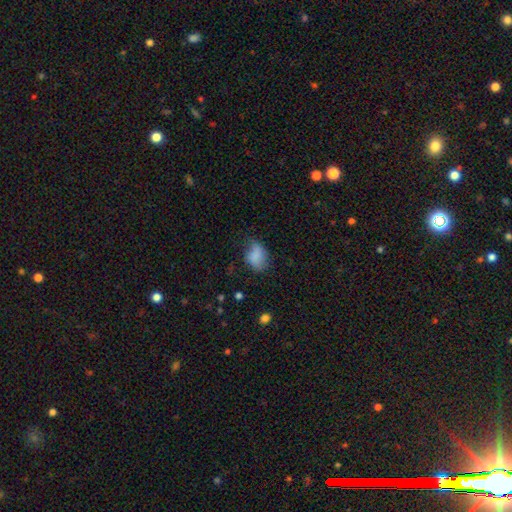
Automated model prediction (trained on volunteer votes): Q: Smooth or featured?
A: smooth (76%); runner-up: featured or disk (14%)
Q: How rounded?
A: in between (79%); runner-up: round (19%)
Q: Merging?
A: none (49%); runner-up: minor disturbance (33%)